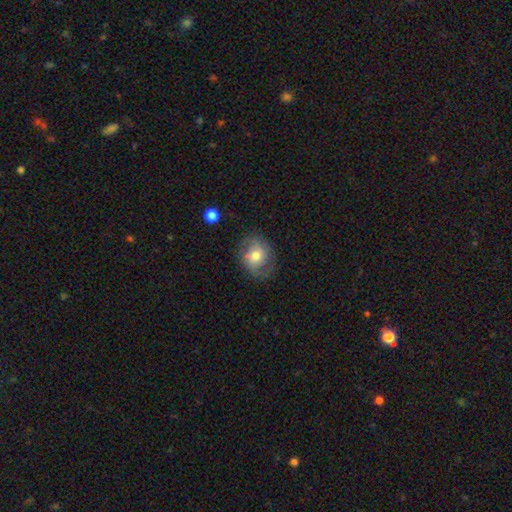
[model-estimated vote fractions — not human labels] This appears to be a smooth galaxy with no disk features (52%) that is round (66%). Merging: none (68%).